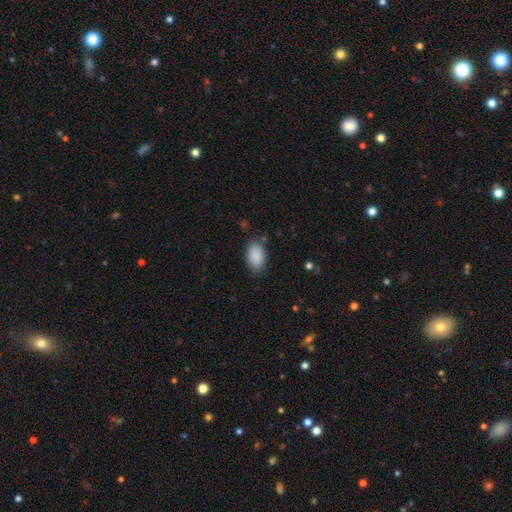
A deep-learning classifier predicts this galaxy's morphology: Smooth or featured? Predicted: smooth (p=0.90). How rounded? Predicted: in between (p=0.92). Merging? Predicted: none (p=0.81).